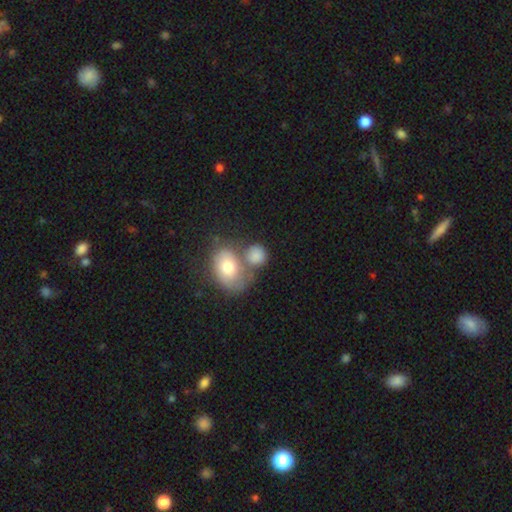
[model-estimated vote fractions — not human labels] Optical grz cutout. It shows a smooth galaxy with no disk features (77%) that is round (62%). Merging: none (41%).